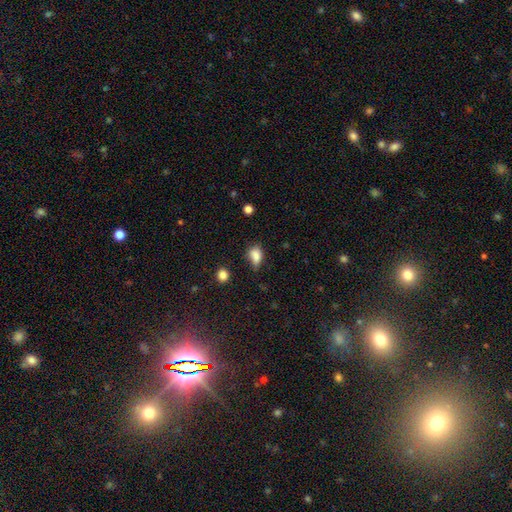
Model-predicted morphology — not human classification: smooth-or-featured: smooth: 82% | star or artifact: 11% | featured or disk: 7%
  how-rounded: in between: 75% | round: 22% | cigar-shaped: 3%
  merging: none: 42% | minor disturbance: 39% | major disturbance: 13% | merger: 6%